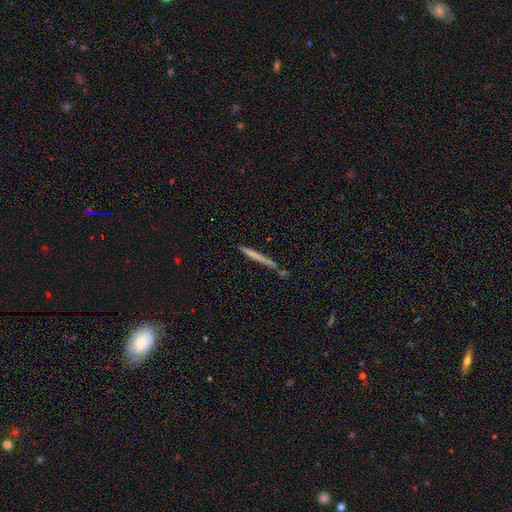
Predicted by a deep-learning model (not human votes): smooth-or-featured: smooth: 61% | featured or disk: 32% | star or artifact: 7%
  how-rounded: cigar-shaped: 97% | in between: 2% | round: 1%
  merging: none: 77% | minor disturbance: 14% | merger: 6% | major disturbance: 3%